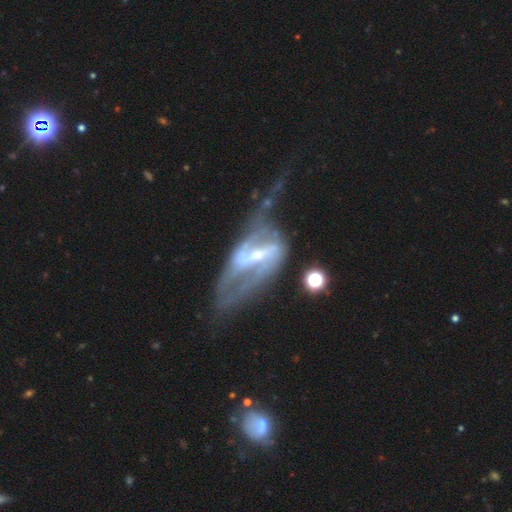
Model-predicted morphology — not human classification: Smooth or featured?
  - featured or disk: 86% *
  - smooth: 9%
  - star or artifact: 6%
Edge-on disk?
  - no: 92% *
  - yes: 8%
Bar?
  - strong: 62% *
  - weak: 28%
  - no: 10%
Spiral arms?
  - yes: 87% *
  - no: 13%
Spiral winding?
  - loose: 45% *
  - medium: 39%
  - tight: 16%
Spiral arm count?
  - 2: 81% *
  - can't tell: 10%
  - 1: 5%
  - 3: 2%
  - 4: 1%
  - more than 4: 1%
Bulge size?
  - small: 55% *
  - moderate: 35%
  - none: 5%
  - large: 4%
  - dominant: 1%
Merging?
  - major disturbance: 38% *
  - none: 34%
  - minor disturbance: 20%
  - merger: 8%